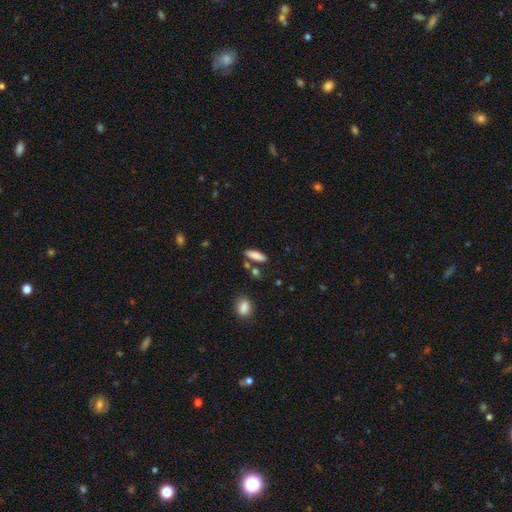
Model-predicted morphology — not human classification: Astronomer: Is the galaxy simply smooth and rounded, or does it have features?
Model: smooth — 85%.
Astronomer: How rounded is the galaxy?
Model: cigar-shaped — 50% (runner-up: in between, 47%).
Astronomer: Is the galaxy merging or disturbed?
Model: none — 76%.